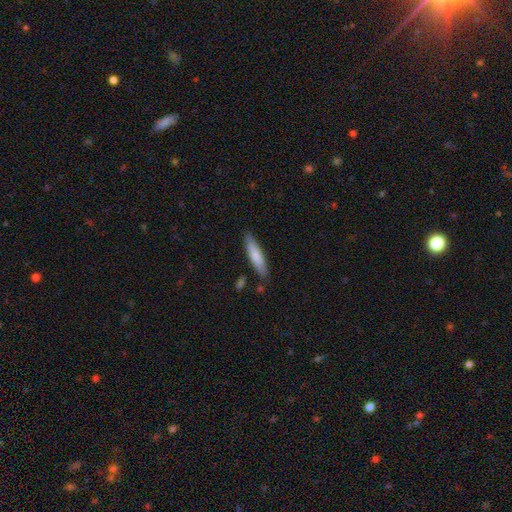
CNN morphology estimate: type=smooth (78%); roundness=cigar-shaped (77%); merging=none (84%).